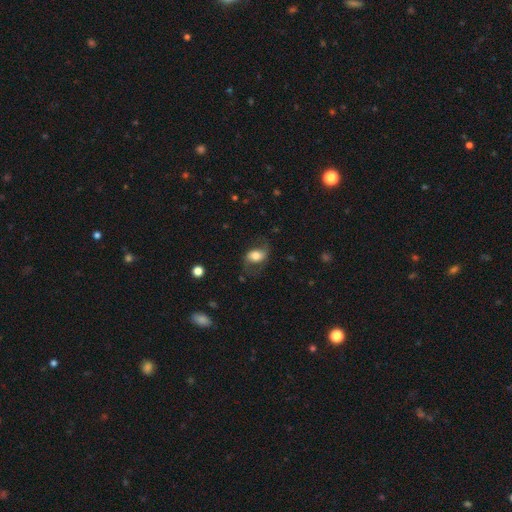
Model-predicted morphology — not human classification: The model was most divided on "smooth or featured": smooth: 50%, featured or disk: 42%, star or artifact: 8%. More confident: merging — none (63%).